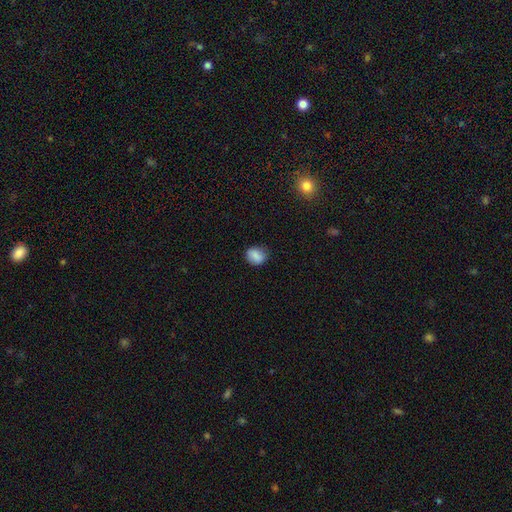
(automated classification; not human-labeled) smooth_or_featured: smooth (p=0.83) [alt: star or artifact p=0.09]
how_rounded: round (p=0.60) [alt: in between p=0.39]
merging: none (p=0.76) [alt: minor disturbance p=0.19]